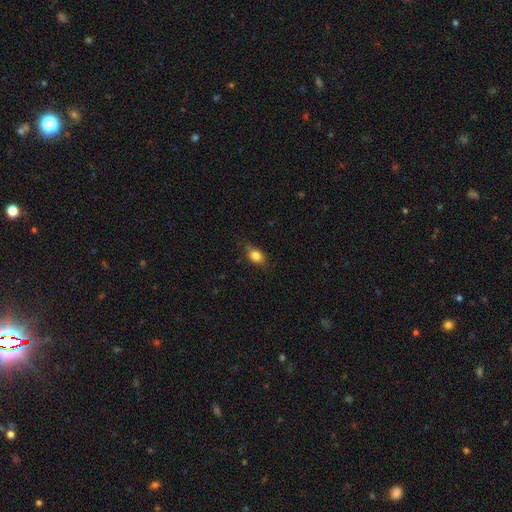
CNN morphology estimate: smooth 81%, featured or disk 10%, star or artifact 9%. Down the decision tree: how rounded — in between (73%); merging — none (74%).